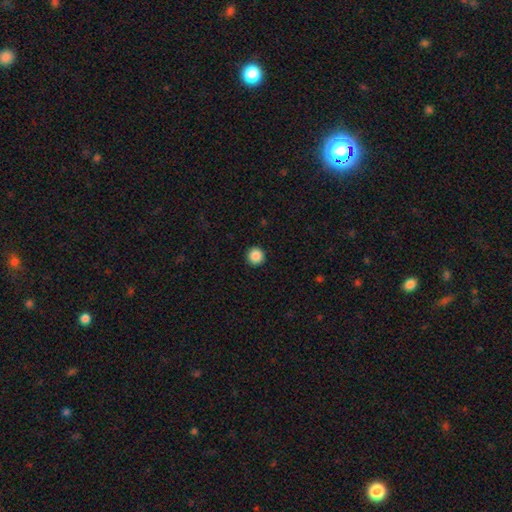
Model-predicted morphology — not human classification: Smooth or featured: smooth — 88% (star or artifact — 9%)
How rounded: round — 96% (in between — 3%)
Merging: none — 93% (minor disturbance — 4%)